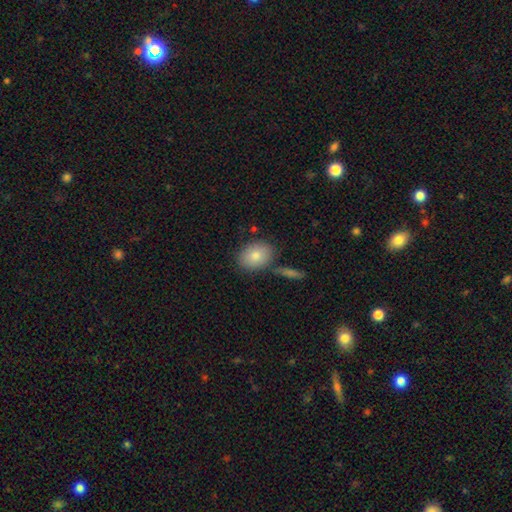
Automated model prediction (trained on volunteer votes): smooth-or-featured: smooth: 82% | featured or disk: 11% | star or artifact: 7%
  how-rounded: in between: 66% | round: 33% | cigar-shaped: 2%
  merging: none: 74% | minor disturbance: 13% | merger: 9% | major disturbance: 4%